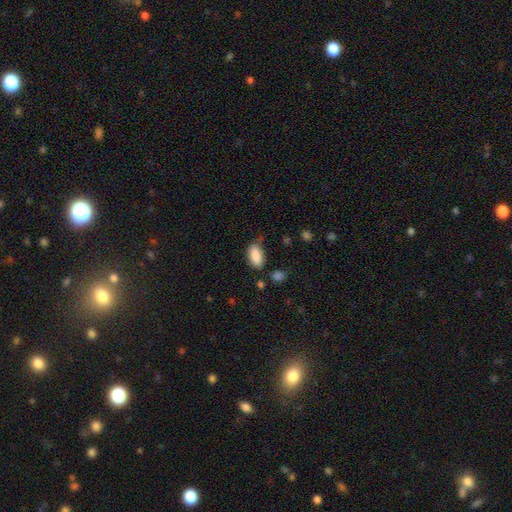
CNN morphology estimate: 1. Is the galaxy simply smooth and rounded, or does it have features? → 88% smooth, 7% star or artifact, 5% featured or disk.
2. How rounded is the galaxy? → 92% in between, 5% cigar-shaped, 3% round.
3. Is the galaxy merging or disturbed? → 69% none, 21% minor disturbance, 5% major disturbance, 4% merger.